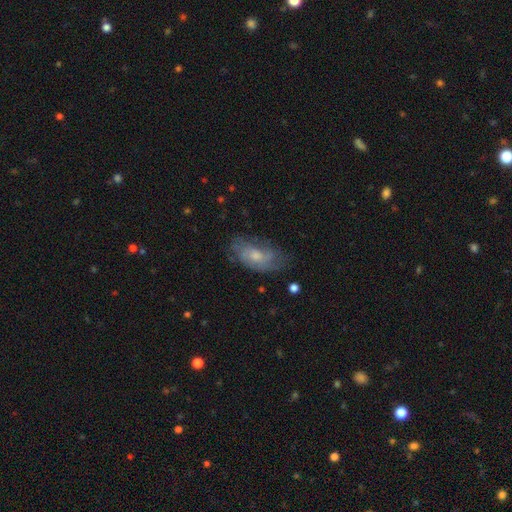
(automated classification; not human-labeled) A featured or disk galaxy (51%).

Vote fractions:
- Smooth or featured? featured or disk: 51% / smooth: 41% / star or artifact: 8%
- Edge-on disk? no: 91% / yes: 9%
- Merging? none: 59% / minor disturbance: 26% / major disturbance: 13% / merger: 2%